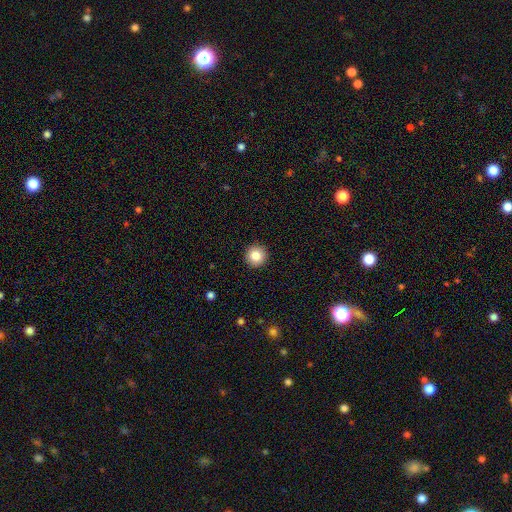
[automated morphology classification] Smooth or featured? Predicted: smooth (p=0.84). How rounded? Predicted: round (p=0.96). Merging? Predicted: none (p=0.93).